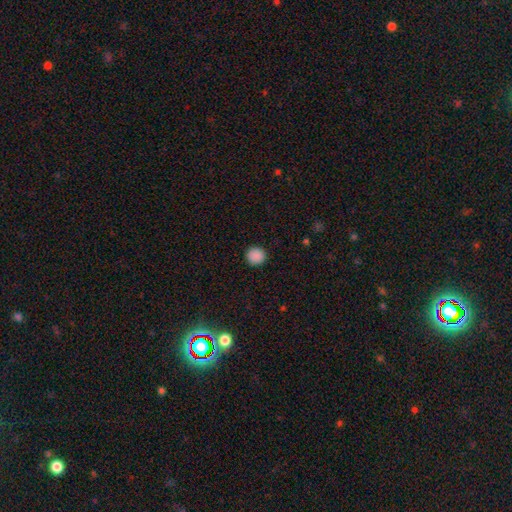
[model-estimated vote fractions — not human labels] smooth_or_featured: smooth (p=0.89) [alt: star or artifact p=0.09]
how_rounded: round (p=0.94) [alt: in between p=0.05]
merging: none (p=0.92) [alt: minor disturbance p=0.05]